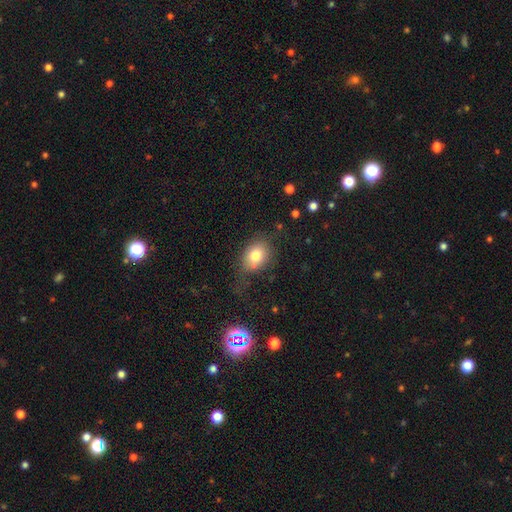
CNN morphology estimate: Overall: smooth (78%). How rounded: in between (62%; round 37%). Merging: none (59%; minor disturbance 24%).